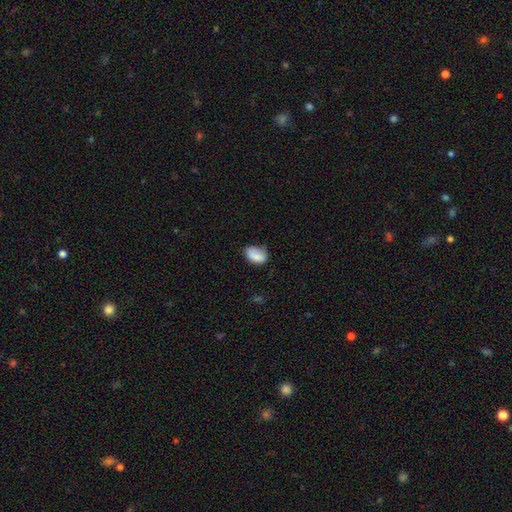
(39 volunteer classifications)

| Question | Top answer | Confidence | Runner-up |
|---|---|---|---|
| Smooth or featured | smooth | 82% | featured or disk (10%) |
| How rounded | in between | 88% | round (12%) |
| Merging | none | 69% | minor disturbance (31%) |